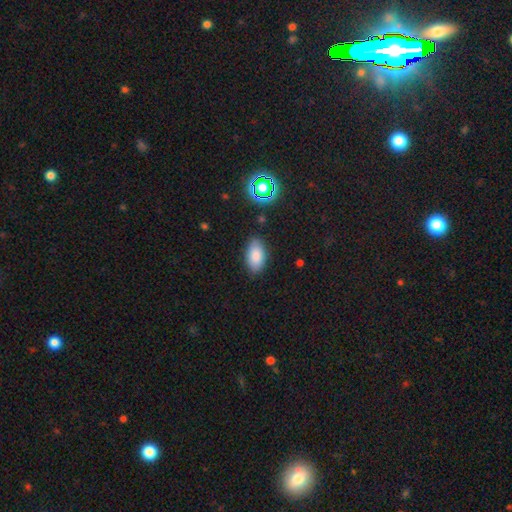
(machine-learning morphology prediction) smooth 83%, star or artifact 9%, featured or disk 7%. Down the decision tree: how rounded — in between (93%); merging — none (84%).